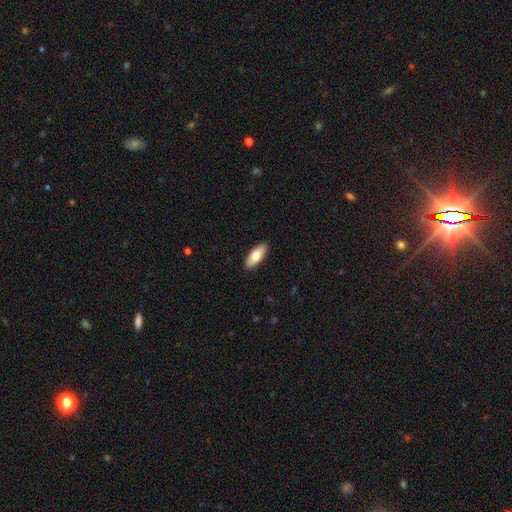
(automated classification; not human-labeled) This appears to be a smooth galaxy with no disk features (76%) that is in between round and cigar-shaped (76%). Merging: none (90%).